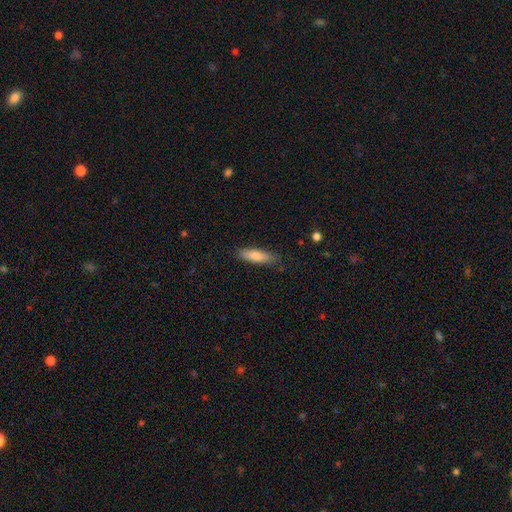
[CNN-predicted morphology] Smooth or featured: smooth — 80% (featured or disk — 14%)
How rounded: cigar-shaped — 58% (in between — 40%)
Merging: none — 82% (minor disturbance — 14%)